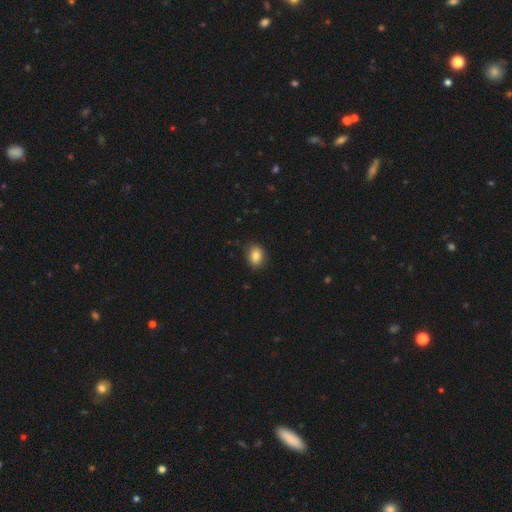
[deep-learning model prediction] This appears to be a smooth galaxy with no disk features (85%) that is in between round and cigar-shaped (66%). Merging: none (81%).